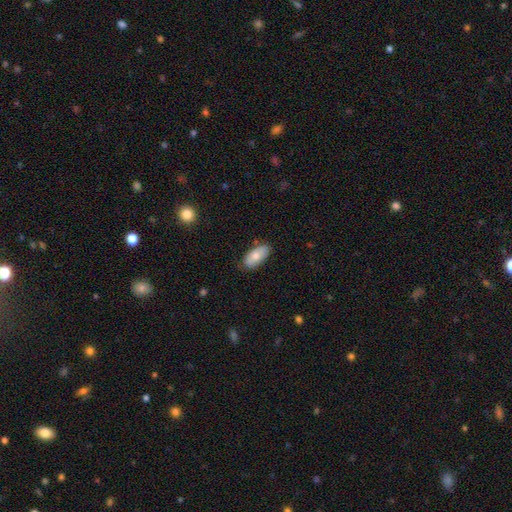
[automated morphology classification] This is likely a smooth galaxy (73%). How rounded: clearly in between (91%). Merging: likely none (79%).